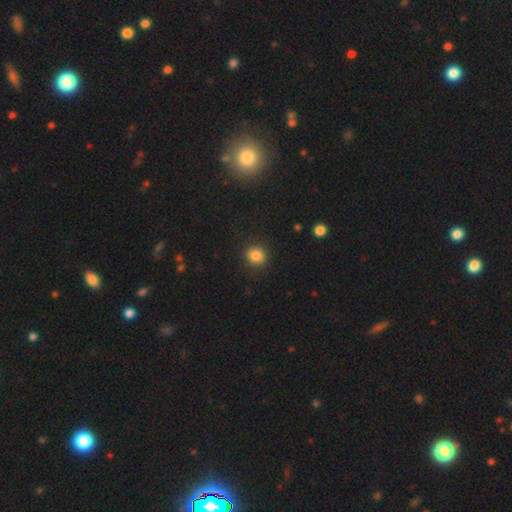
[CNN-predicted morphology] Smooth or featured? smooth (85%)
How rounded? round (85%)
Merging? none (89%)